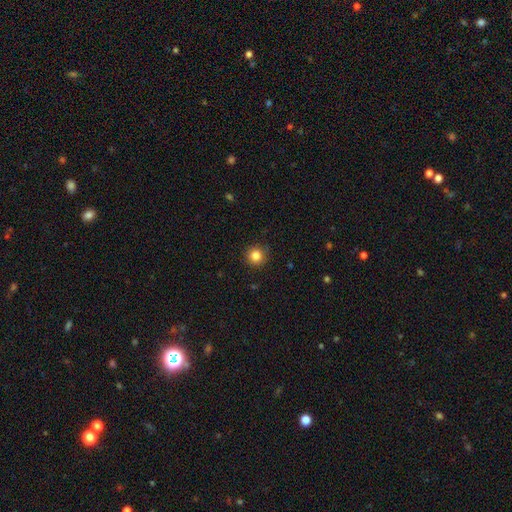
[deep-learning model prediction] Overall: smooth (84%). How rounded: round (95%). Merging: none (91%).